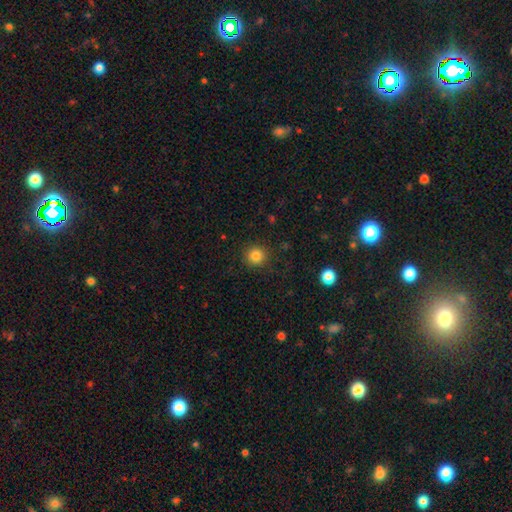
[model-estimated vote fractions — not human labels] Q: Smooth or featured?
A: smooth (83%); runner-up: star or artifact (12%)
Q: How rounded?
A: round (93%); runner-up: in between (6%)
Q: Merging?
A: none (89%); runner-up: minor disturbance (7%)